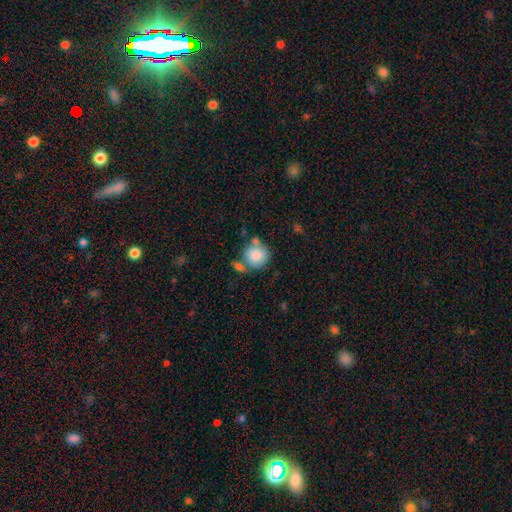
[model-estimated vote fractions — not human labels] This is clearly a smooth galaxy (83%). How rounded: clearly round (85%). Merging: possibly none (54%).